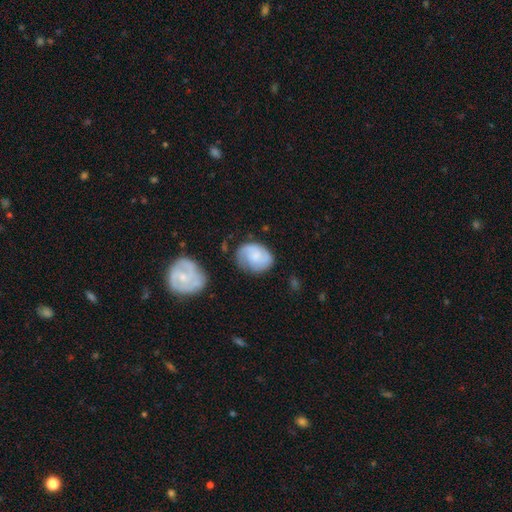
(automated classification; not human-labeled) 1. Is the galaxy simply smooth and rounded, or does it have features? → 47% featured or disk, 46% smooth, 7% star or artifact.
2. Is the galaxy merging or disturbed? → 62% none, 24% minor disturbance, 9% major disturbance, 4% merger.